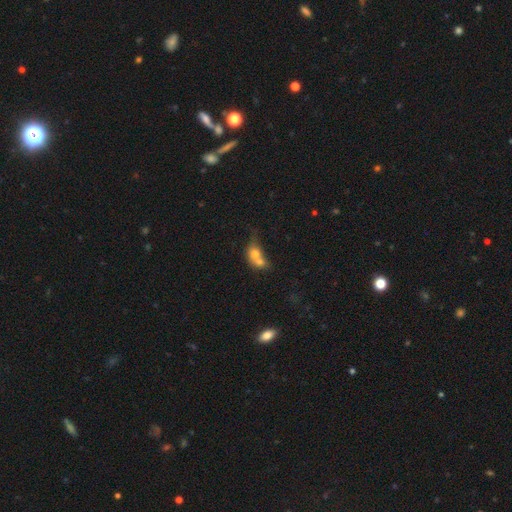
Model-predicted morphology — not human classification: This is likely a smooth galaxy (68%). How rounded: possibly round (53%). Merging: likely merger (72%).